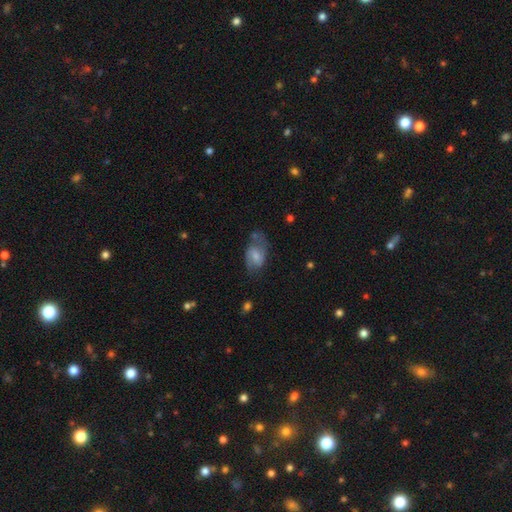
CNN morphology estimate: smooth 50%, featured or disk 42%, star or artifact 8%. Down the decision tree: how rounded — in between (87%); merging — none (46%).